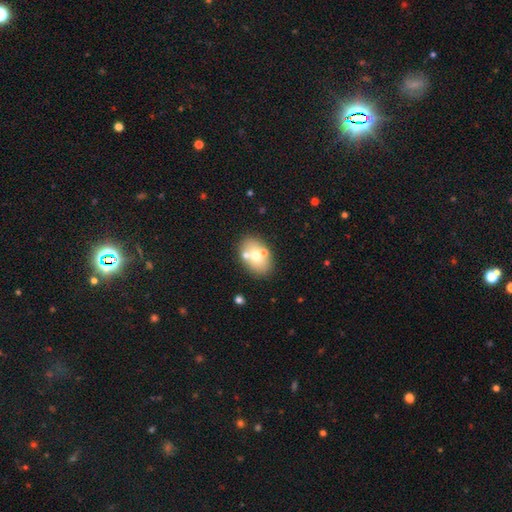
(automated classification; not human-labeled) Smooth or featured?
  - smooth: 62% *
  - featured or disk: 28%
  - star or artifact: 10%
How rounded?
  - in between: 76% *
  - round: 23%
  - cigar-shaped: 1%
Merging?
  - none: 70% *
  - merger: 16%
  - minor disturbance: 10%
  - major disturbance: 3%